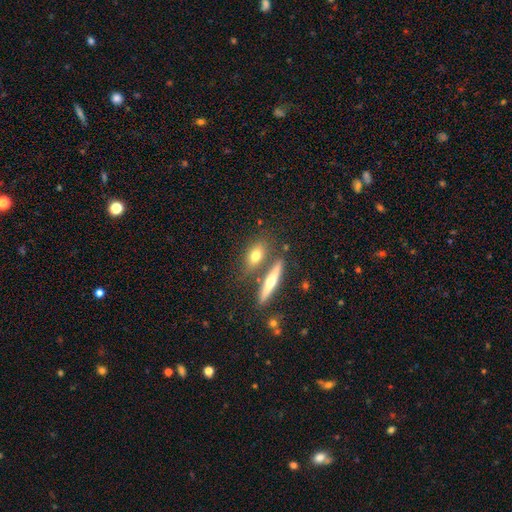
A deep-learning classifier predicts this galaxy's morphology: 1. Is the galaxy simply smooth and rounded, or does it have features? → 65% smooth, 26% featured or disk, 9% star or artifact.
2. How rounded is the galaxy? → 65% in between, 23% cigar-shaped, 13% round.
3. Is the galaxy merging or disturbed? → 65% none, 21% merger, 11% minor disturbance, 4% major disturbance.